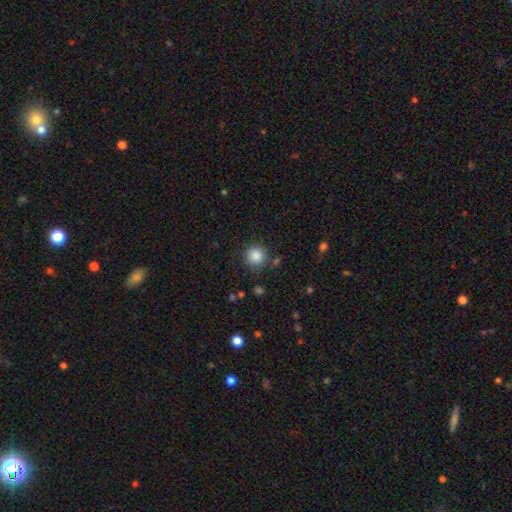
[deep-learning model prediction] A smooth galaxy with no disk features (86%) that is round (93%).

Vote fractions:
- Smooth or featured? smooth: 86% / star or artifact: 10% / featured or disk: 4%
- How rounded? round: 93% / in between: 6% / cigar-shaped: 1%
- Merging? none: 85% / minor disturbance: 9% / major disturbance: 3% / merger: 3%